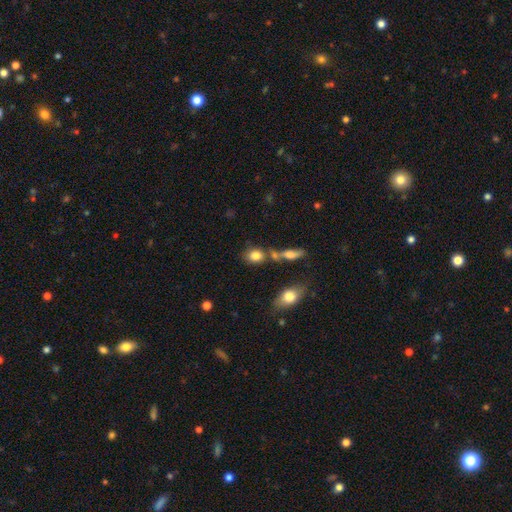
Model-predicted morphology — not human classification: This is clearly a smooth galaxy (82%). How rounded: possibly in between (51%). Merging: likely none (61%).